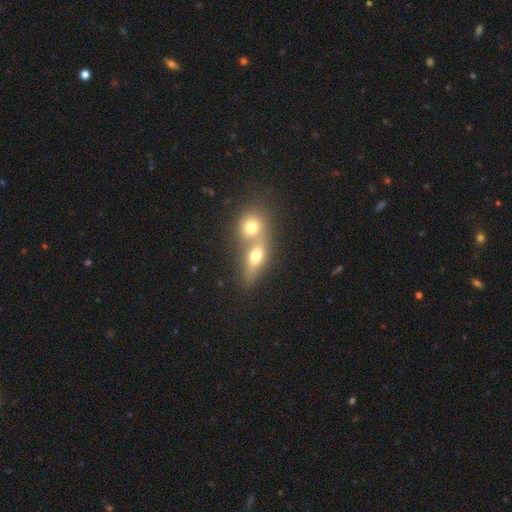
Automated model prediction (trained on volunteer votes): Smooth or featured: smooth — 62% (featured or disk — 27%)
How rounded: in between — 51% (round — 35%)
Merging: merger — 64% (none — 27%)